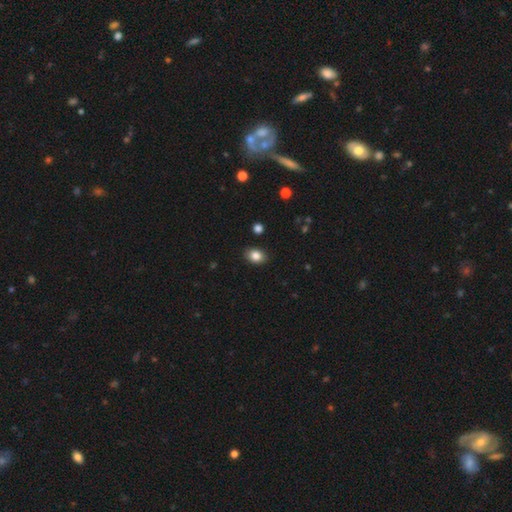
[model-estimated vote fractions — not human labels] Q: Smooth or featured?
A: smooth (85%); runner-up: star or artifact (9%)
Q: How rounded?
A: in between (68%); runner-up: round (31%)
Q: Merging?
A: none (88%); runner-up: minor disturbance (8%)